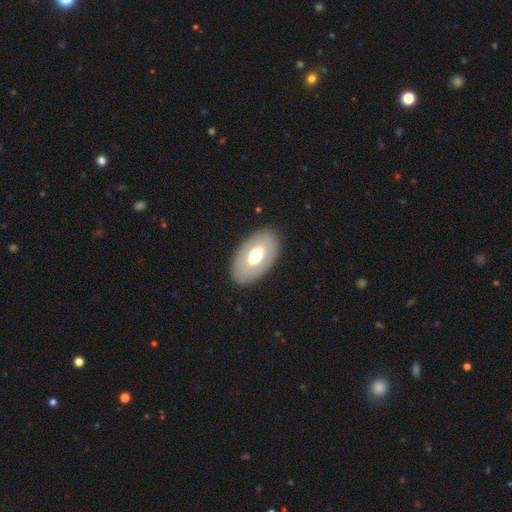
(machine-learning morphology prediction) A smooth galaxy with no disk features (54%) that is in between round and cigar-shaped (91%).

Vote fractions:
- Smooth or featured? smooth: 54% / featured or disk: 40% / star or artifact: 6%
- How rounded? in between: 91% / round: 7% / cigar-shaped: 1%
- Merging? none: 87% / minor disturbance: 9% / major disturbance: 3% / merger: 1%